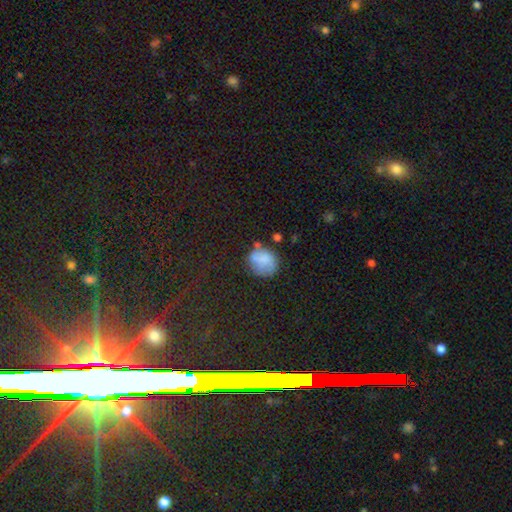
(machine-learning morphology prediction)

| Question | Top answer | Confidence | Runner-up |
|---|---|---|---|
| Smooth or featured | smooth | 71% | featured or disk (18%) |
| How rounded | round | 72% | in between (27%) |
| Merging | none | 55% | minor disturbance (26%) |